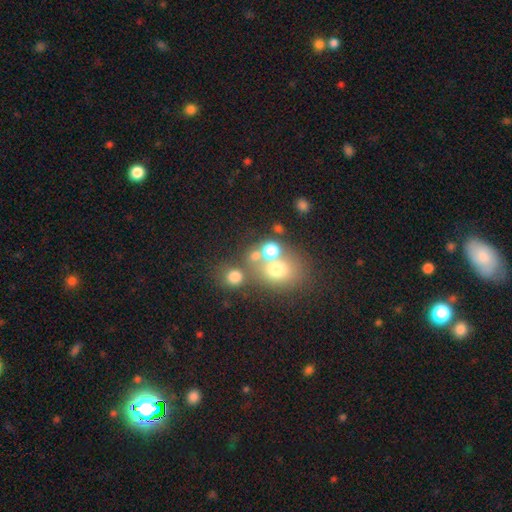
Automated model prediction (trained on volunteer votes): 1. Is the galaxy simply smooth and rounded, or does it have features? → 66% smooth, 19% star or artifact, 15% featured or disk.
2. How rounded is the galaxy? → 73% round, 26% in between, 1% cigar-shaped.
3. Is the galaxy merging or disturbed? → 49% none, 36% merger, 9% minor disturbance, 6% major disturbance.